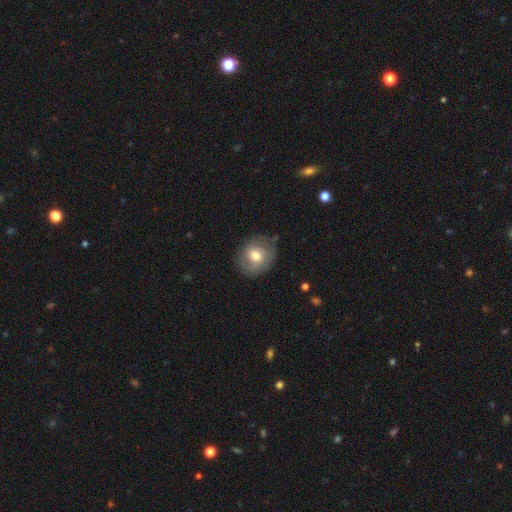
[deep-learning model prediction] smooth-or-featured: smooth: 62% | featured or disk: 30% | star or artifact: 8%
  how-rounded: round: 73% | in between: 26% | cigar-shaped: 1%
  merging: none: 74% | minor disturbance: 19% | major disturbance: 6% | merger: 1%